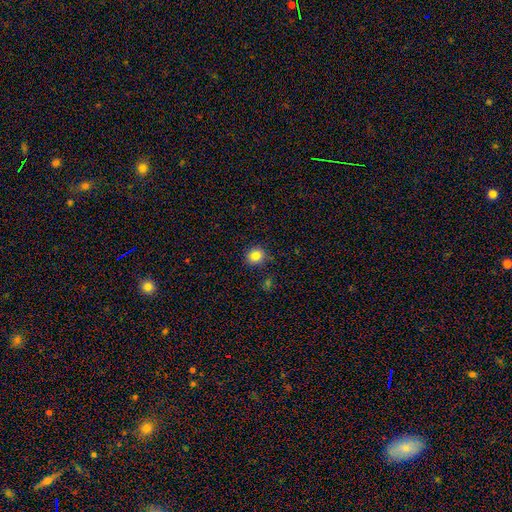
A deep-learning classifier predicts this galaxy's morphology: Smooth or featured: smooth — 82% (star or artifact — 11%)
How rounded: round — 88% (in between — 11%)
Merging: none — 89% (minor disturbance — 8%)